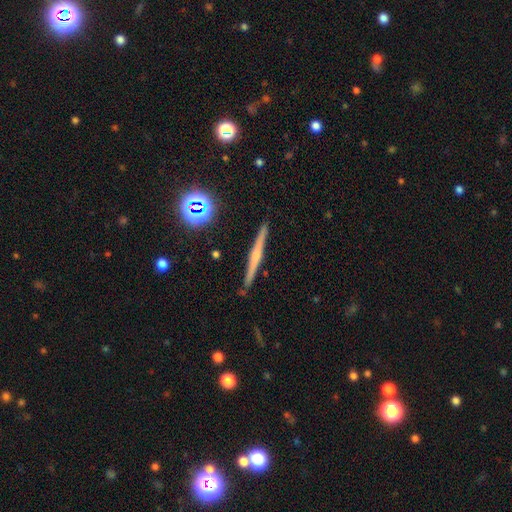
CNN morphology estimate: Smooth or featured? Predicted: featured or disk (p=0.63). Edge-on disk? Predicted: yes (p=0.98). Edge-on bulge? Predicted: rounded (p=0.54). Merging? Predicted: none (p=0.91).